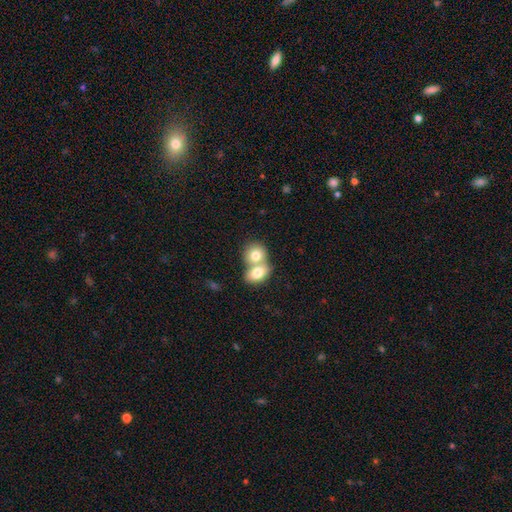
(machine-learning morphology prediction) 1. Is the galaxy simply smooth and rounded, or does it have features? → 76% smooth, 17% featured or disk, 7% star or artifact.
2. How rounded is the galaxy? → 56% round, 43% in between, 1% cigar-shaped.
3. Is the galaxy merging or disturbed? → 70% merger, 23% none, 5% minor disturbance, 2% major disturbance.